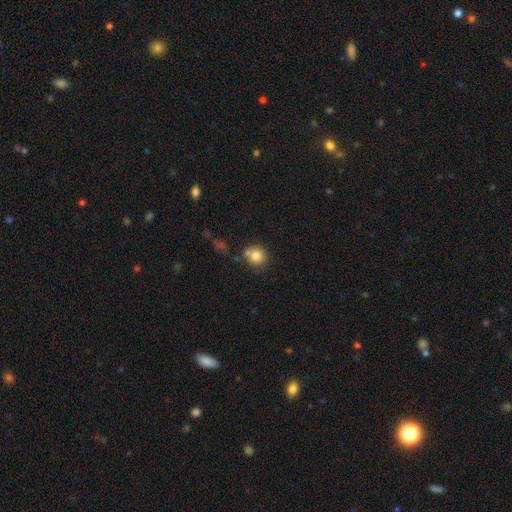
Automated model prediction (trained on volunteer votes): Smooth or featured?
  - smooth: 81% *
  - star or artifact: 10%
  - featured or disk: 9%
How rounded?
  - round: 88% *
  - in between: 11%
  - cigar-shaped: 1%
Merging?
  - none: 66% *
  - merger: 16%
  - minor disturbance: 14%
  - major disturbance: 4%